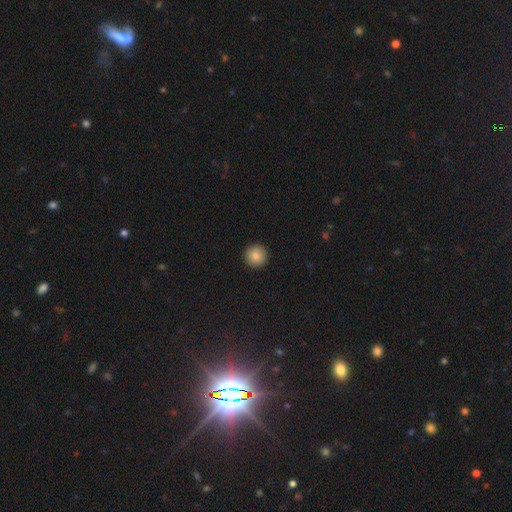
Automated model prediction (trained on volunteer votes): Smooth or featured?
  - smooth: 87% *
  - star or artifact: 8%
  - featured or disk: 5%
How rounded?
  - round: 96% *
  - in between: 3%
  - cigar-shaped: 1%
Merging?
  - none: 93% *
  - minor disturbance: 4%
  - major disturbance: 1%
  - merger: 1%